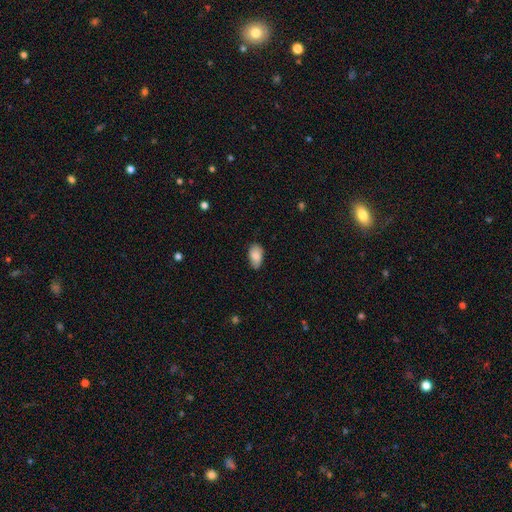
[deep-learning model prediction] Smooth or featured: smooth — 86% (featured or disk — 8%)
How rounded: in between — 93% (round — 5%)
Merging: none — 78% (minor disturbance — 18%)